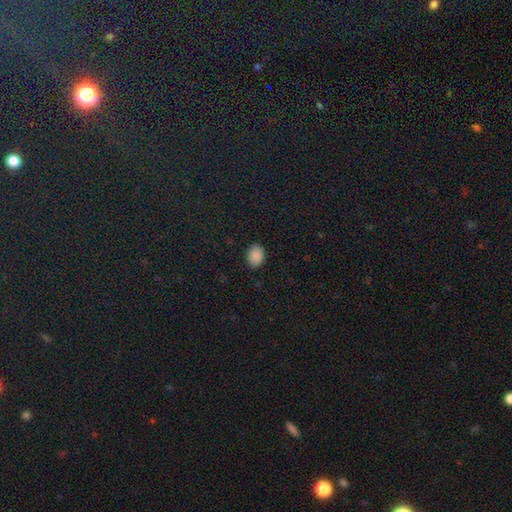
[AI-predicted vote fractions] Smooth or featured? smooth (88%)
How rounded? in between (71%)
Merging? none (88%)